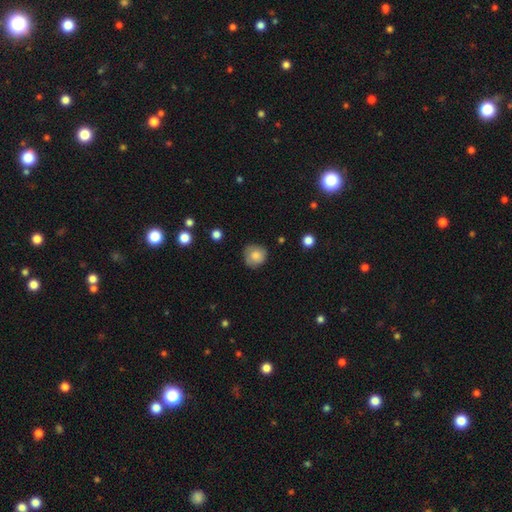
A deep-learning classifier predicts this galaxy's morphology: A smooth galaxy with no disk features (80%) that is round (89%). Merging: none (76%).